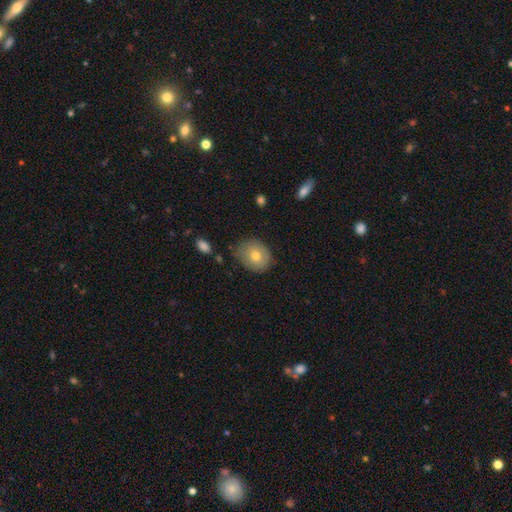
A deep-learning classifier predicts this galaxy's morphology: Smooth or featured: smooth — 71% (featured or disk — 20%)
How rounded: round — 58% (in between — 41%)
Merging: none — 72% (minor disturbance — 22%)